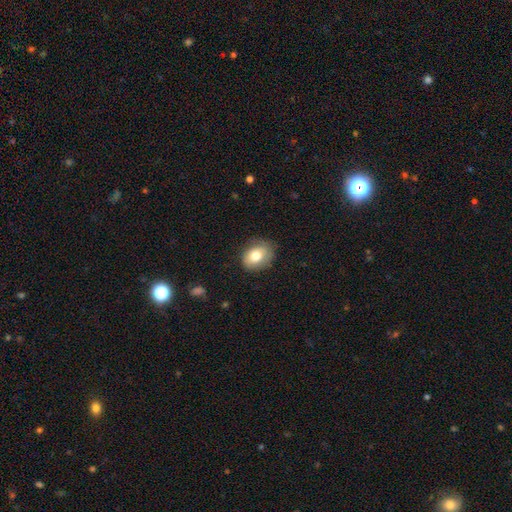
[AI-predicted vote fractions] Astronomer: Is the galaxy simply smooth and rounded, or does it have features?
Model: smooth — 76%.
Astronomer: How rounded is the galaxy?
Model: in between — 61% (runner-up: round, 38%).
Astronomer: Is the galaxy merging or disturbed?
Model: none — 75%.